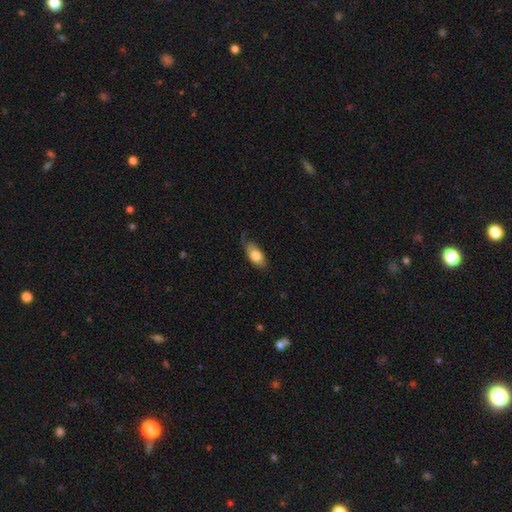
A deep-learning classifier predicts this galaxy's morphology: smooth_or_featured: smooth (p=0.75) [alt: featured or disk p=0.18]
how_rounded: in between (p=0.84) [alt: cigar-shaped p=0.11]
merging: none (p=0.61) [alt: minor disturbance p=0.30]